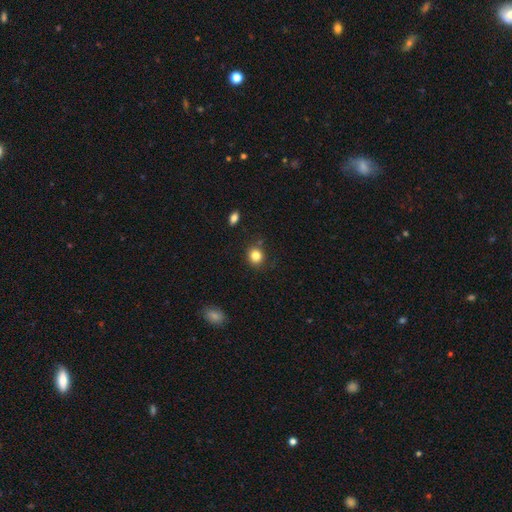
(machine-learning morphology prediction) A smooth galaxy with no disk features (83%) that is round (84%). Merging: none (84%).